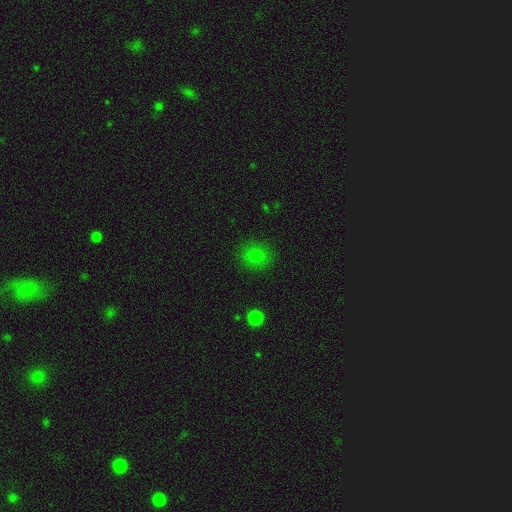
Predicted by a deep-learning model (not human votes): A smooth galaxy with no disk features (77%) that is round (77%).

Vote fractions:
- Smooth or featured? smooth: 77% / star or artifact: 15% / featured or disk: 8%
- How rounded? round: 77% / in between: 22% / cigar-shaped: 1%
- Merging? none: 85% / minor disturbance: 10% / major disturbance: 3% / merger: 2%